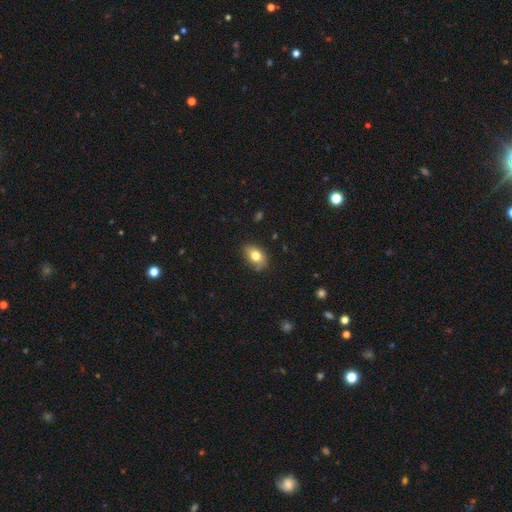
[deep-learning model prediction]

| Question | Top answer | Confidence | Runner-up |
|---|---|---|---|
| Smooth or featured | smooth | 78% | featured or disk (14%) |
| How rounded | in between | 85% | round (13%) |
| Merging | none | 77% | minor disturbance (18%) |